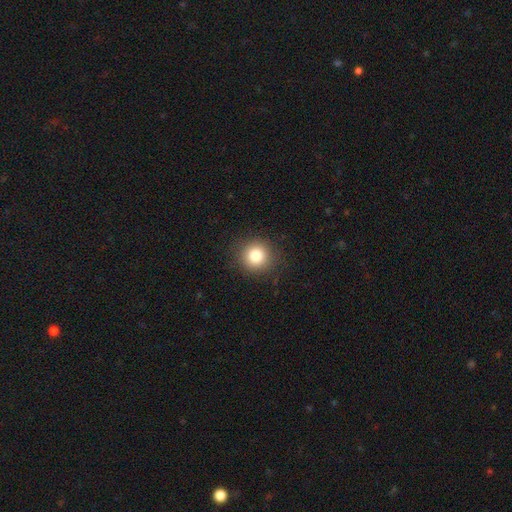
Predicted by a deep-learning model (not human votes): Morphology: type=smooth (82%); roundness=round (92%); merging=none (89%).